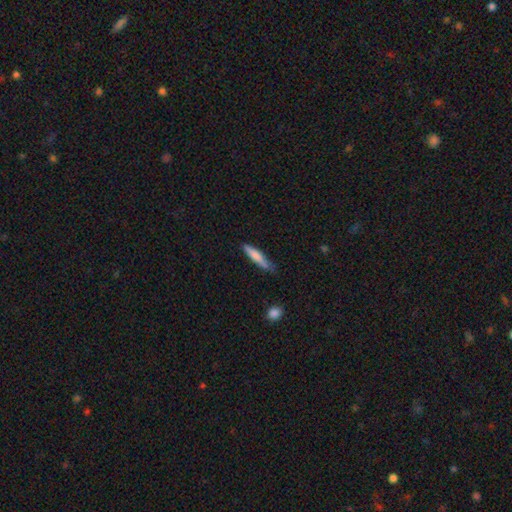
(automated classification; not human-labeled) Smooth or featured? Predicted: smooth (p=0.75). How rounded? Predicted: cigar-shaped (p=0.87). Merging? Predicted: none (p=0.66).